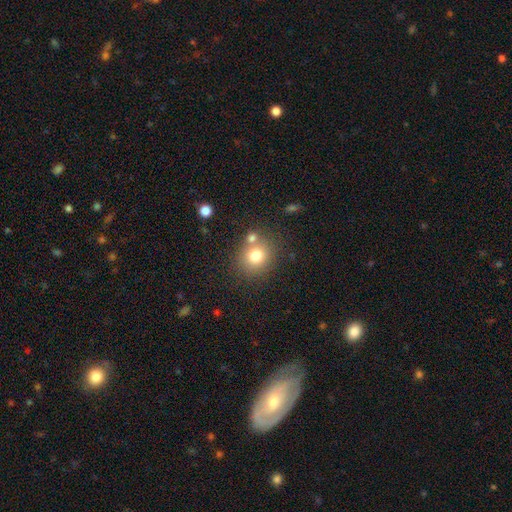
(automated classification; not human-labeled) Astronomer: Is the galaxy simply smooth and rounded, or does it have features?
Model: smooth — 76%.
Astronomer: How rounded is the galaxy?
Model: round — 80%.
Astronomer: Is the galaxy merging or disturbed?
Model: none — 65%.